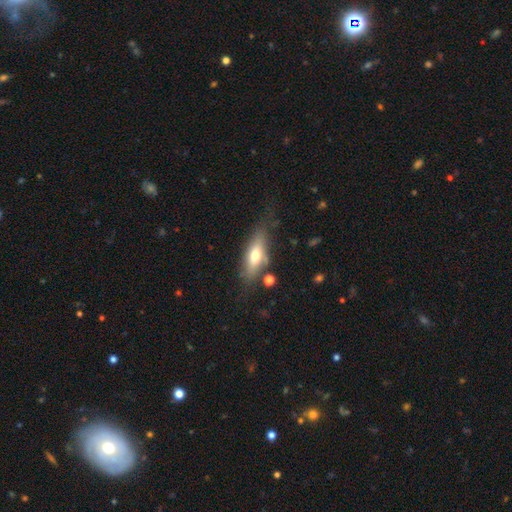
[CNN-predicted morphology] This is possibly a smooth galaxy (58%). How rounded: likely in between (65%). Merging: likely none (63%).